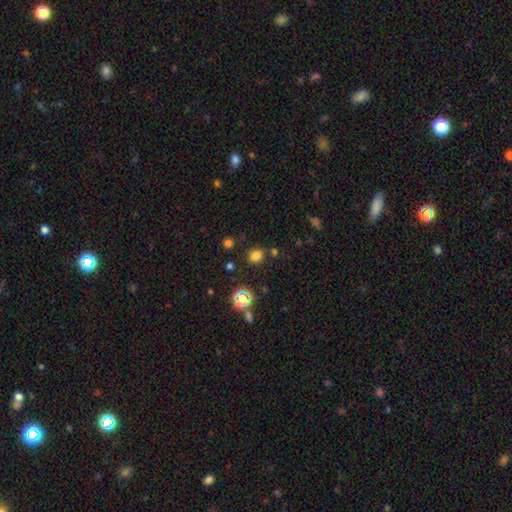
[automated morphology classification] Smooth or featured: smooth — 75% (star or artifact — 20%)
How rounded: round — 67% (in between — 32%)
Merging: none — 82% (minor disturbance — 9%)